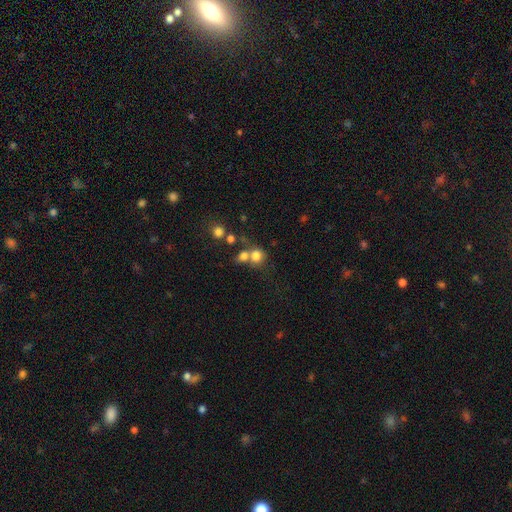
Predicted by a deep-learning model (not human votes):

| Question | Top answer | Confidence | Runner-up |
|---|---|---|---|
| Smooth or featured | smooth | 77% | star or artifact (13%) |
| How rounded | round | 79% | in between (20%) |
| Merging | merger | 44% | none (41%) |